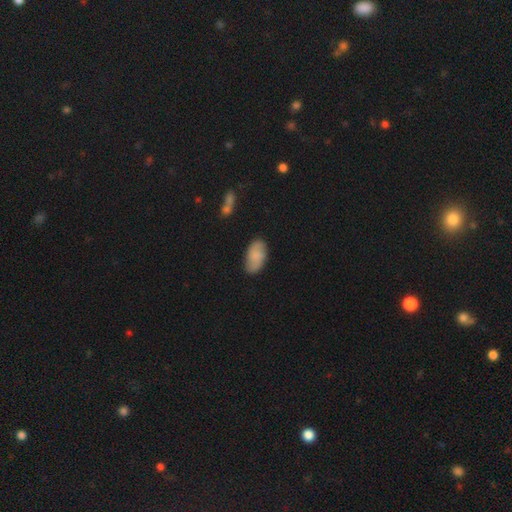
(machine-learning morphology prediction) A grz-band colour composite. It shows a smooth galaxy with no disk features (67%) that is in between round and cigar-shaped (93%). Merging: none (78%).